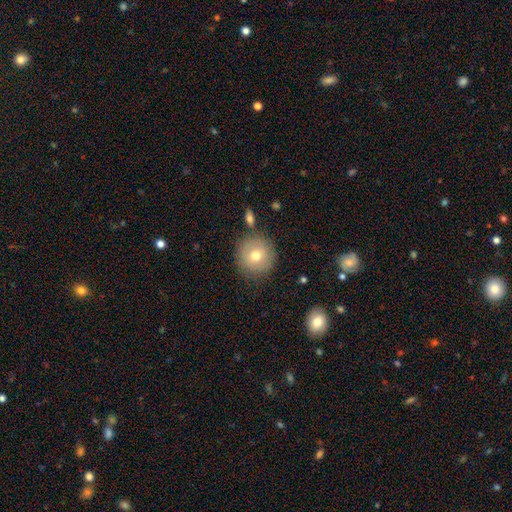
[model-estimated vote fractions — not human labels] A smooth galaxy with no disk features (73%) that is round (94%).

Vote fractions:
- Smooth or featured? smooth: 73% / featured or disk: 17% / star or artifact: 10%
- How rounded? round: 94% / in between: 5% / cigar-shaped: 1%
- Merging? none: 83% / minor disturbance: 10% / merger: 4% / major disturbance: 3%